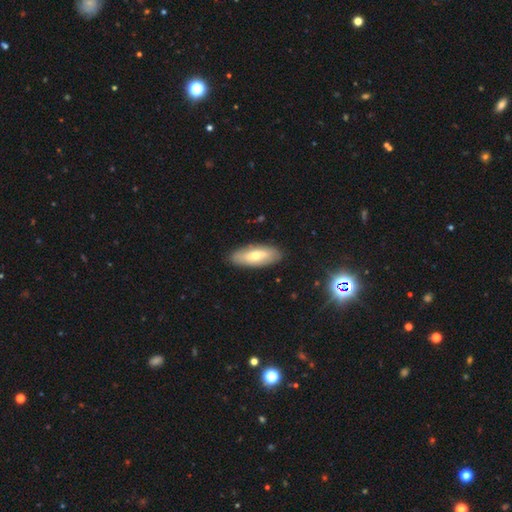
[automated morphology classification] Q: Smooth or featured?
A: smooth (60%); runner-up: featured or disk (35%)
Q: How rounded?
A: in between (79%); runner-up: cigar-shaped (19%)
Q: Merging?
A: none (87%); runner-up: minor disturbance (10%)